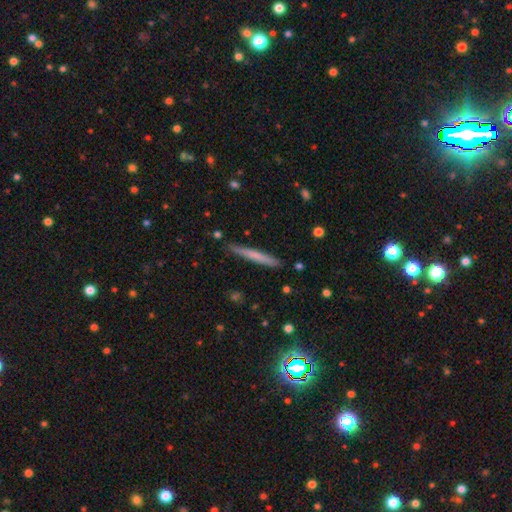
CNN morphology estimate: Overall: smooth (60%; featured or disk 34%). How rounded: cigar-shaped (96%). Merging: none (88%).